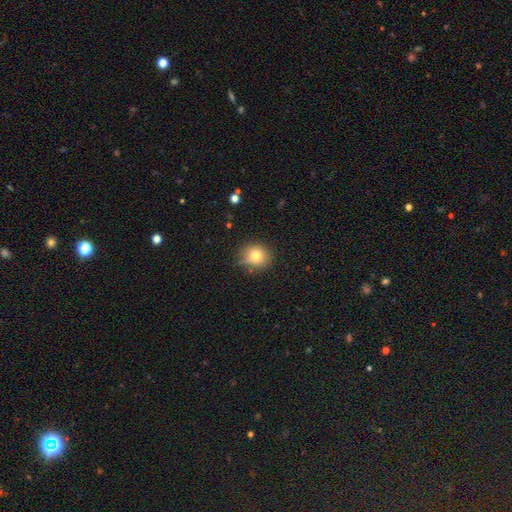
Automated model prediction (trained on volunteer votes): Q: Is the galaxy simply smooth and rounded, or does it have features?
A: smooth — 76%.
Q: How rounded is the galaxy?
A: round — 82%.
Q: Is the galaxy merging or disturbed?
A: none — 72%.